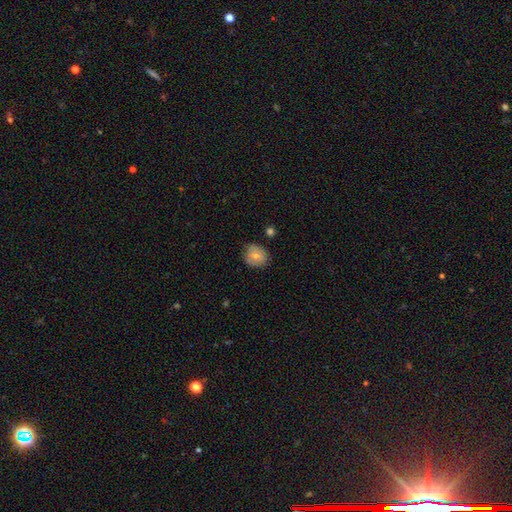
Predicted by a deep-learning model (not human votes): Overall: smooth (69%). How rounded: round (63%; in between 36%). Merging: none (68%).